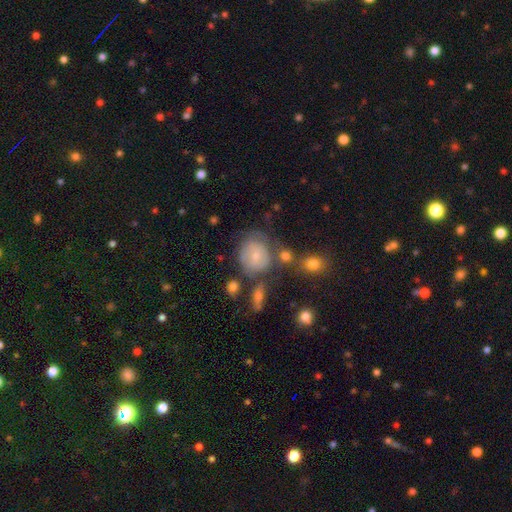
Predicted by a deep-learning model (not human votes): This is possibly a smooth galaxy (58%). How rounded: likely round (71%). Merging: possibly none (52%).